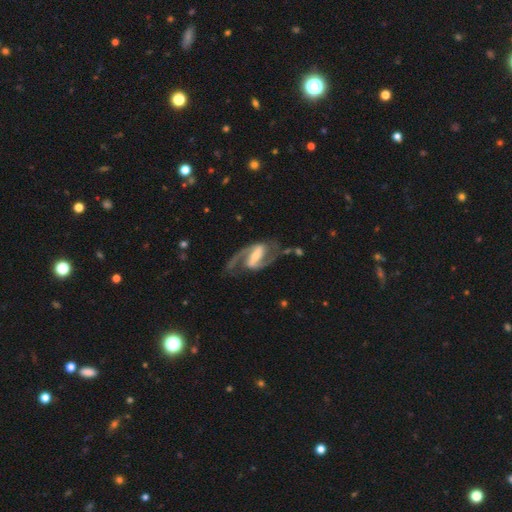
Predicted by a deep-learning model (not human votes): This is clearly a featured or disk galaxy (92%). It is clearly not viewed edge-on (97%). Bar: likely strong (67%). Spiral arm pattern: clearly yes (97%). Spiral arm count: clearly 2 (93%). Spiral winding: possibly medium (58%). Central bulge: possibly small (49%). Merging: likely none (74%).